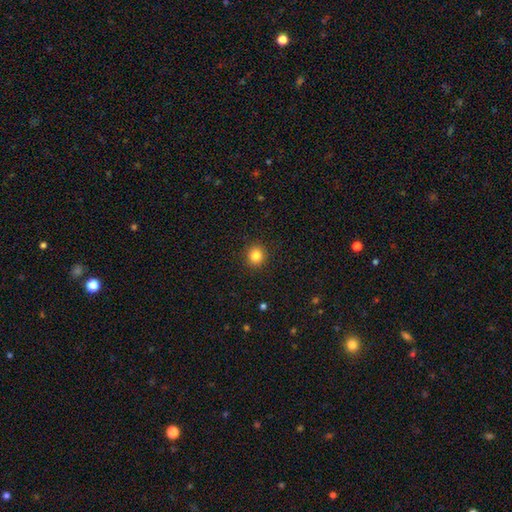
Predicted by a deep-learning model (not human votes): smooth 84%, star or artifact 11%, featured or disk 5%. Down the decision tree: how rounded — round (86%); merging — none (91%).